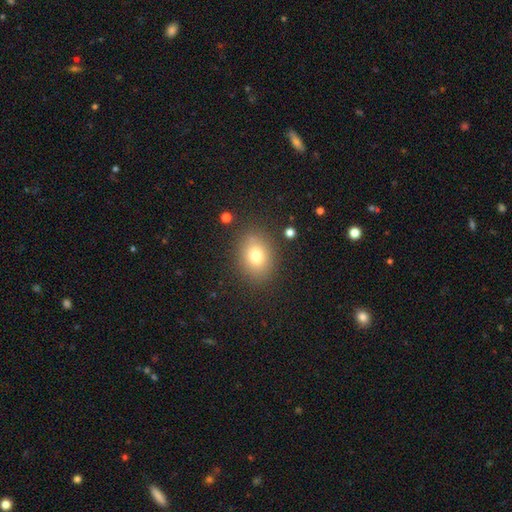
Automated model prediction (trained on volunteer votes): Smooth or featured?
  - smooth: 77% *
  - star or artifact: 12%
  - featured or disk: 12%
How rounded?
  - in between: 60% *
  - round: 39%
  - cigar-shaped: 1%
Merging?
  - none: 84% *
  - minor disturbance: 11%
  - major disturbance: 3%
  - merger: 2%